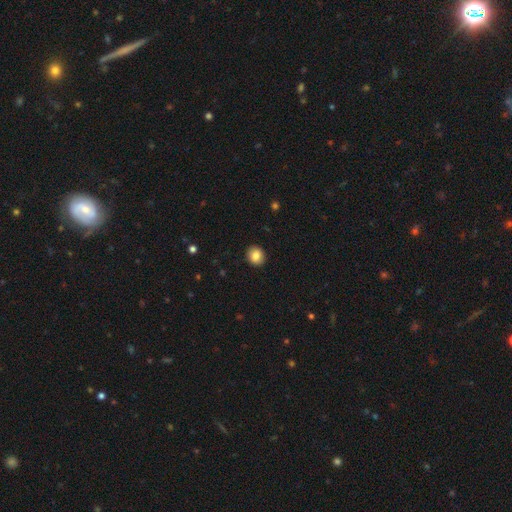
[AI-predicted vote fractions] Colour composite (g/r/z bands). It shows a smooth galaxy with no disk features (85%) that is round (80%). Merging: none (92%).